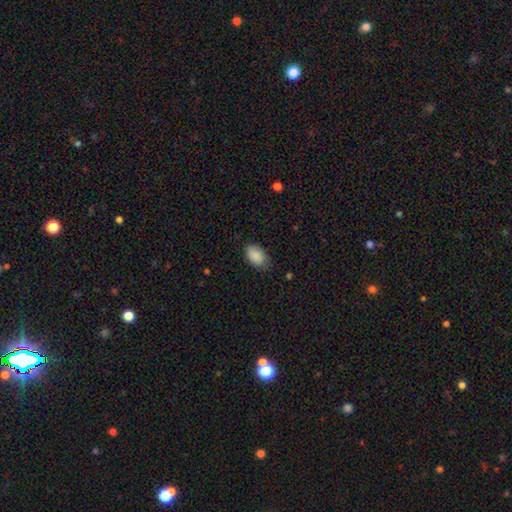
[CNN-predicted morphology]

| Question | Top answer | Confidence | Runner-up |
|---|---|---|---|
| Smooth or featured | smooth | 88% | star or artifact (7%) |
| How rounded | in between | 91% | round (8%) |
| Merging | none | 72% | minor disturbance (23%) |